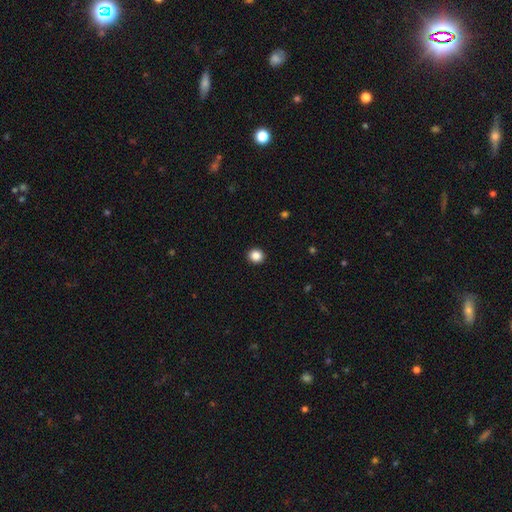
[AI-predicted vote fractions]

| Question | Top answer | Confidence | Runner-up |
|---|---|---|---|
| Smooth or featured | smooth | 86% | star or artifact (10%) |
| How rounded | round | 87% | in between (12%) |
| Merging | none | 93% | minor disturbance (5%) |